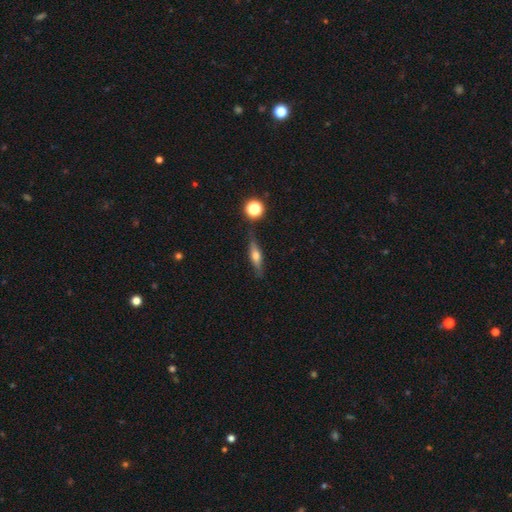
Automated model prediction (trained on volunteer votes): A featured or disk galaxy (50%) viewed edge-on (91%).

Vote fractions:
- Smooth or featured? featured or disk: 50% / smooth: 41% / star or artifact: 9%
- Edge-on disk? yes: 91% / no: 9%
- Merging? none: 80% / minor disturbance: 13% / merger: 4% / major disturbance: 3%